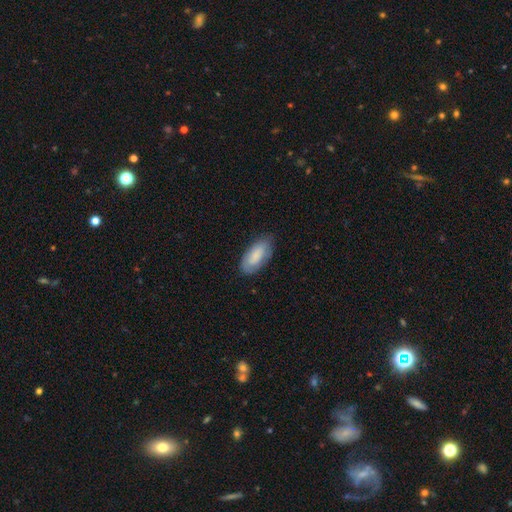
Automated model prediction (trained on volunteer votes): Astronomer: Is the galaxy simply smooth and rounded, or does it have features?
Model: smooth — 75%.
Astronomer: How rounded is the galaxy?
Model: in between — 89%.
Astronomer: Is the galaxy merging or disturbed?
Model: none — 74%.